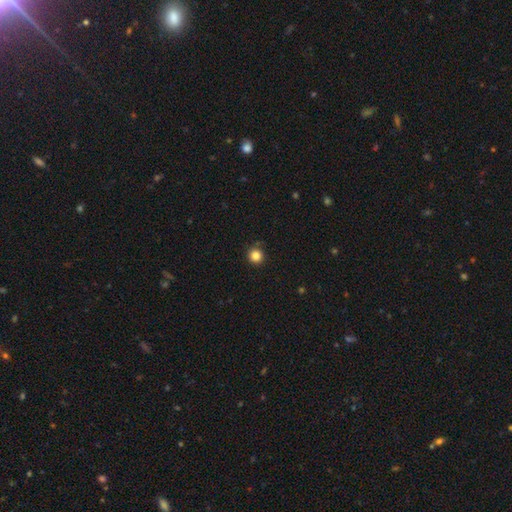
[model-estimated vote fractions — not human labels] Morphology: type=smooth (84%); roundness=round (95%); merging=none (89%).